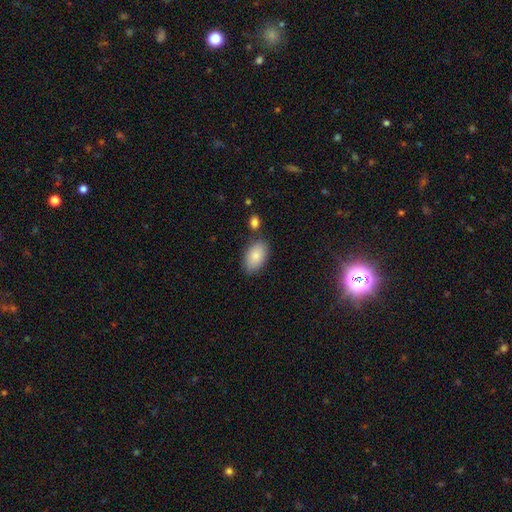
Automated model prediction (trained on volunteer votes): Morphology: type=smooth (84%); roundness=in between (93%); merging=none (77%).